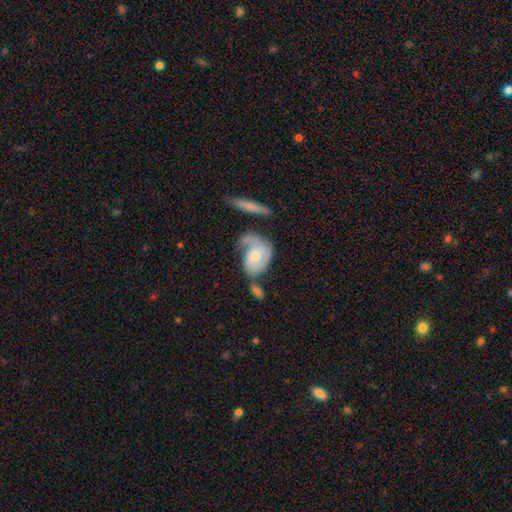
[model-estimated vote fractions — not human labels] featured or disk 65%, smooth 30%, star or artifact 5%. Down the decision tree: edge-on disk — no (96%); bar — no (66%); spiral arms — yes (85%); spiral arm count — 2 (42%); spiral winding — medium (38%); bulge size — moderate (52%); merging — none (31%).